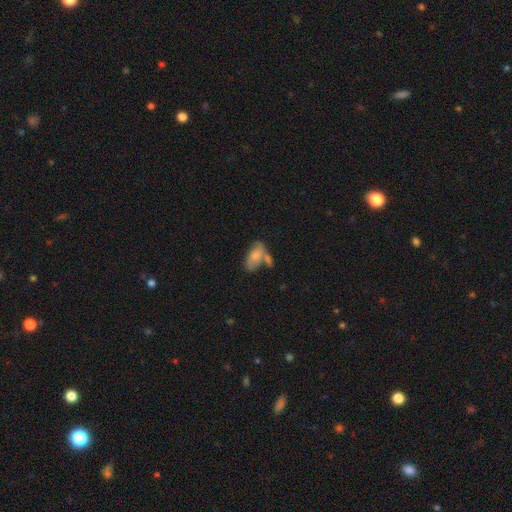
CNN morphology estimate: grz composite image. It shows a smooth galaxy with no disk features (71%) that is in between round and cigar-shaped (91%). Merging: none (38%).